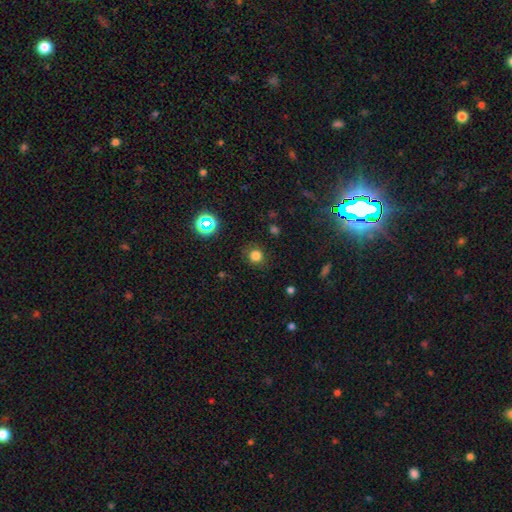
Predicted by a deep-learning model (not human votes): A smooth galaxy with no disk features (78%) that is round (88%). Merging: none (84%).